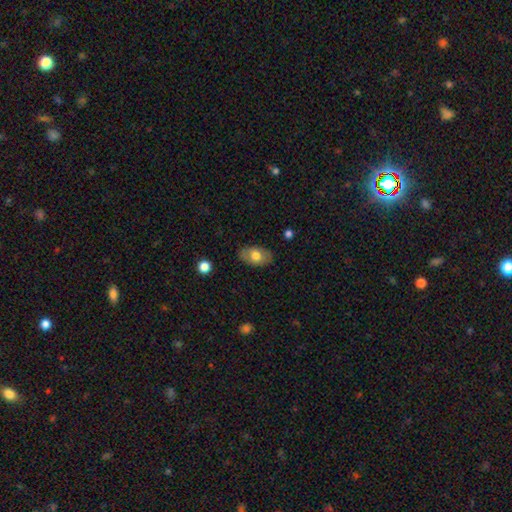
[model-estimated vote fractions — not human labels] A smooth galaxy with no disk features (67%) that is in between round and cigar-shaped (89%). Merging: none (83%).